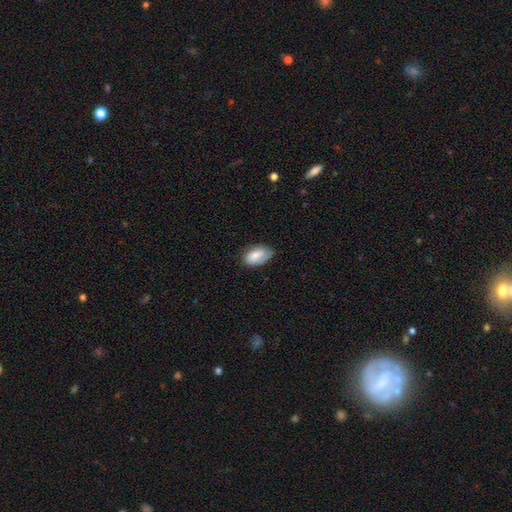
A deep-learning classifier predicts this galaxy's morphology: A smooth galaxy with no disk features (76%) that is in between round and cigar-shaped (92%). Merging: none (65%).